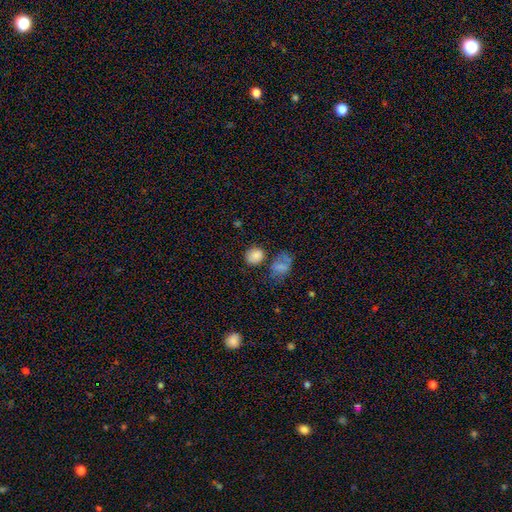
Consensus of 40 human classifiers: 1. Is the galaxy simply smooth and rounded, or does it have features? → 85% smooth, 10% star or artifact, 5% featured or disk.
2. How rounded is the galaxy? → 53% round, 47% in between, 0% cigar-shaped.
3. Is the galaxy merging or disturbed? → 67% none, 31% minor disturbance, 3% merger, 0% major disturbance.